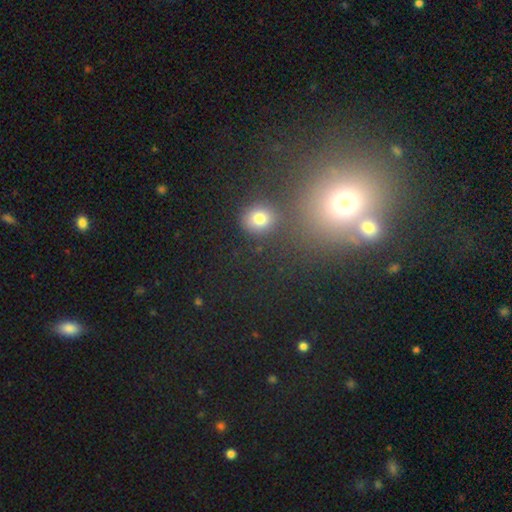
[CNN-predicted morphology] A smooth galaxy with no disk features (56%) that is round (80%).

Vote fractions:
- Smooth or featured? smooth: 56% / star or artifact: 33% / featured or disk: 11%
- How rounded? round: 80% / in between: 18% / cigar-shaped: 2%
- Merging? none: 69% / merger: 16% / minor disturbance: 10% / major disturbance: 5%